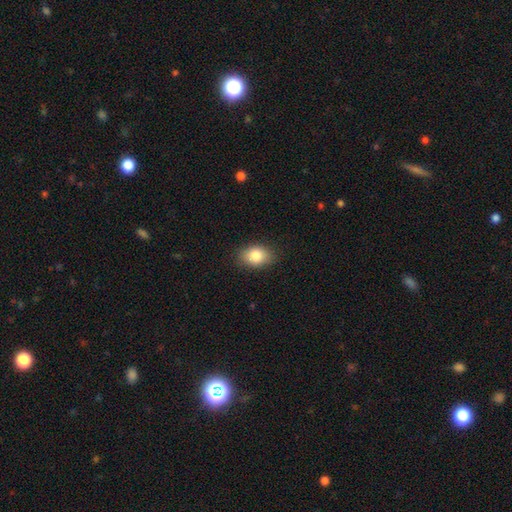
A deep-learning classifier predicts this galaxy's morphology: A smooth galaxy with no disk features (84%) that is in between round and cigar-shaped (79%). Merging: none (87%).